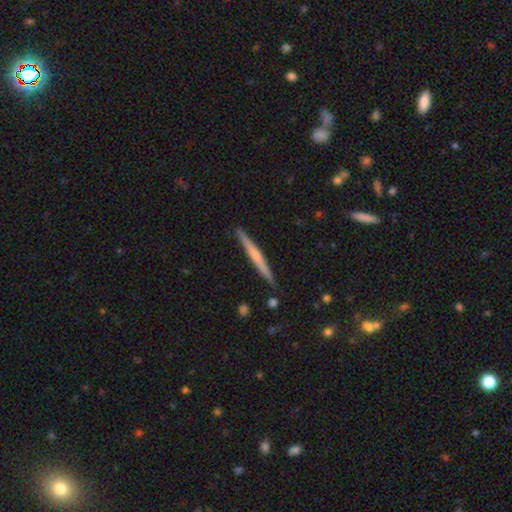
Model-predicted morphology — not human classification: type=featured or disk (57%); edge-on=yes (98%); edge-on bulge=rounded (52%); merging=none (91%).